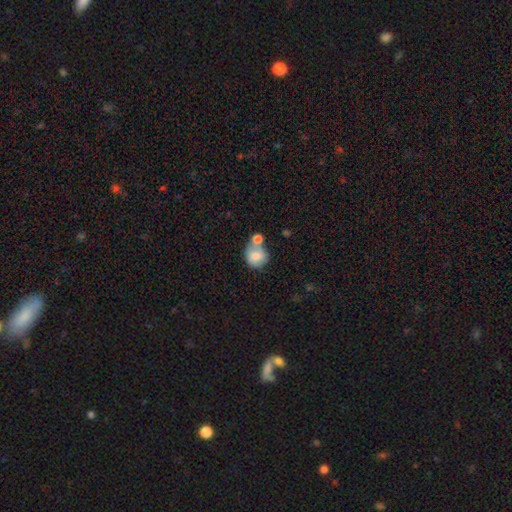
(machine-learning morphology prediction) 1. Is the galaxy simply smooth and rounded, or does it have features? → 75% smooth, 17% featured or disk, 8% star or artifact.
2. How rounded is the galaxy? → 79% round, 20% in between, 1% cigar-shaped.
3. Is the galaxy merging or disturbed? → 39% none (tied), 39% merger (tied), 15% minor disturbance, 6% major disturbance.